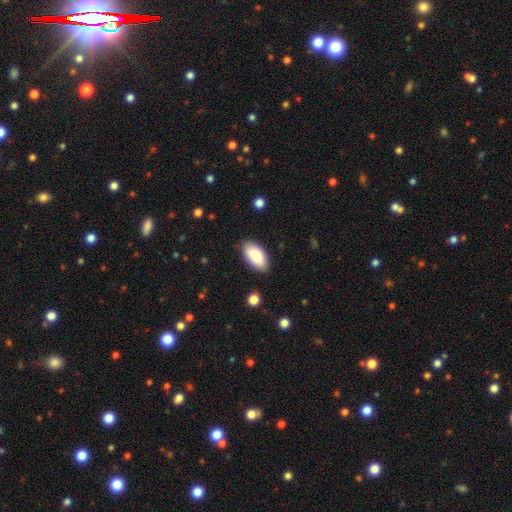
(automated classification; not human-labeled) A smooth galaxy with no disk features (89%) that is in between round and cigar-shaped (94%). Merging: none (84%).